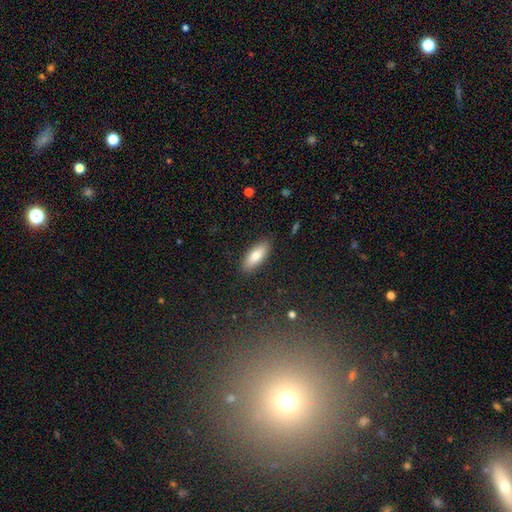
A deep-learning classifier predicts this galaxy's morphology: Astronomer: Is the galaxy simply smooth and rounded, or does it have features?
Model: smooth — 79%.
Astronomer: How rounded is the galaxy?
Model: in between — 76%.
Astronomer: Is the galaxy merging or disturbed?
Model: none — 89%.